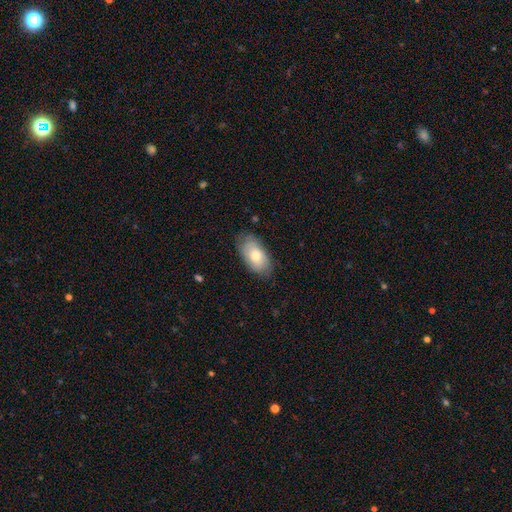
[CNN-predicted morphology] smooth 71%, featured or disk 22%, star or artifact 6%. Down the decision tree: how rounded — in between (93%); merging — none (74%).